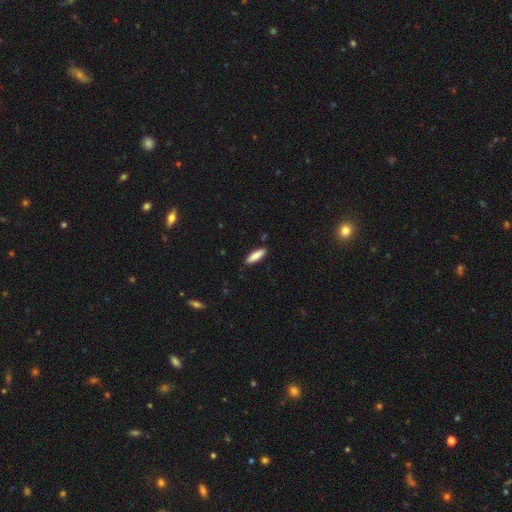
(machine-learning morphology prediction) A smooth galaxy with no disk features (85%) that is cigar-shaped (59%). Merging: none (87%).